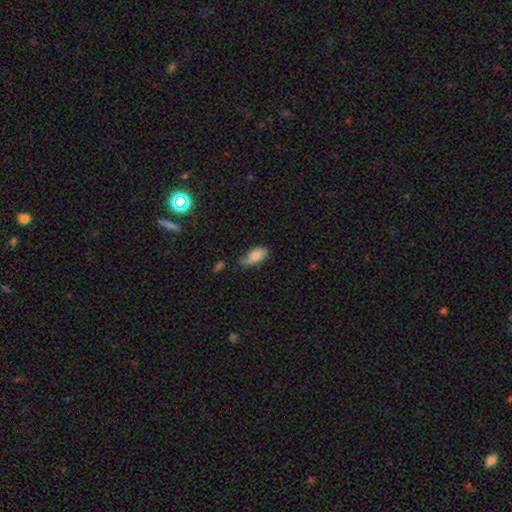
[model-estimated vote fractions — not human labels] Q: Smooth or featured?
A: smooth (82%); runner-up: featured or disk (10%)
Q: How rounded?
A: in between (92%); runner-up: cigar-shaped (5%)
Q: Merging?
A: none (42%); runner-up: minor disturbance (40%)